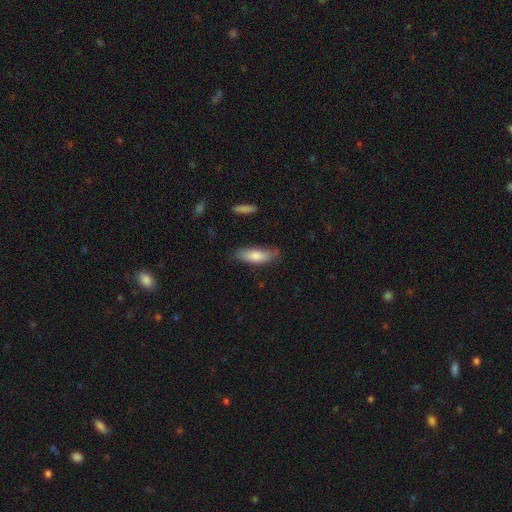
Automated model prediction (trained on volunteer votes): This is likely a smooth galaxy (79%). How rounded: likely in between (62%). Merging: likely none (68%).